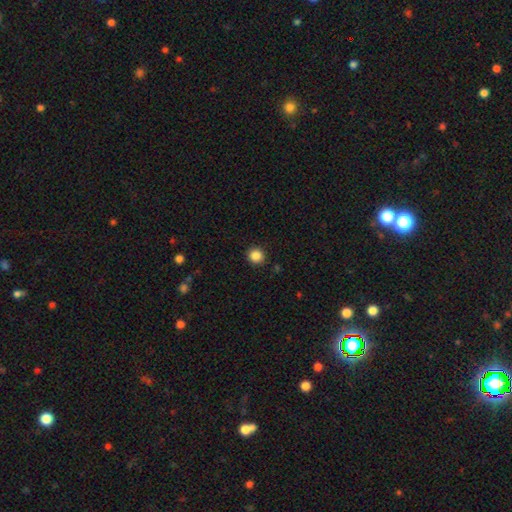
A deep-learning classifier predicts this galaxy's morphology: Smooth or featured? smooth (86%)
How rounded? round (93%)
Merging? none (91%)